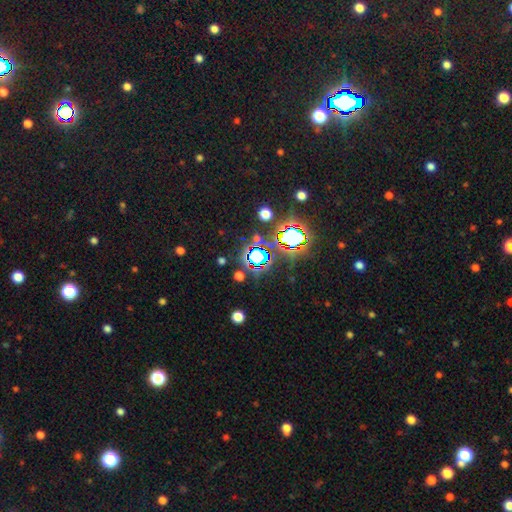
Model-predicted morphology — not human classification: Smooth or featured?
  - star or artifact: 73% *
  - smooth: 18%
  - featured or disk: 9%